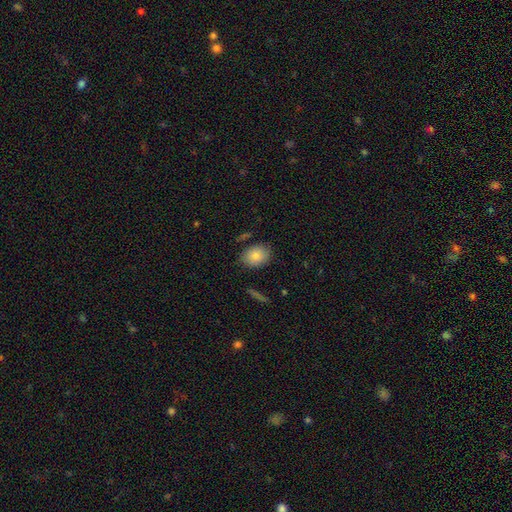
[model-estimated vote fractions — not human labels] This appears to be a smooth galaxy with no disk features (84%) that is in between round and cigar-shaped (64%). Merging: none (80%).